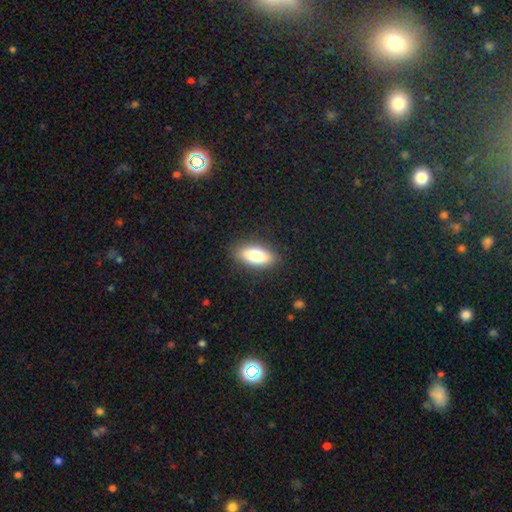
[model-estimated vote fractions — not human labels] smooth_or_featured: smooth (p=0.77) [alt: featured or disk p=0.16]
how_rounded: in between (p=0.82) [alt: cigar-shaped p=0.15]
merging: none (p=0.88) [alt: minor disturbance p=0.08]